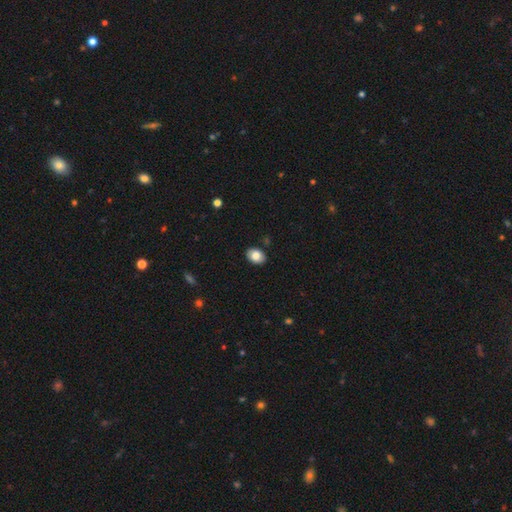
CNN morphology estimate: A smooth galaxy with no disk features (81%) that is in between round and cigar-shaped (79%). Merging: none (88%).